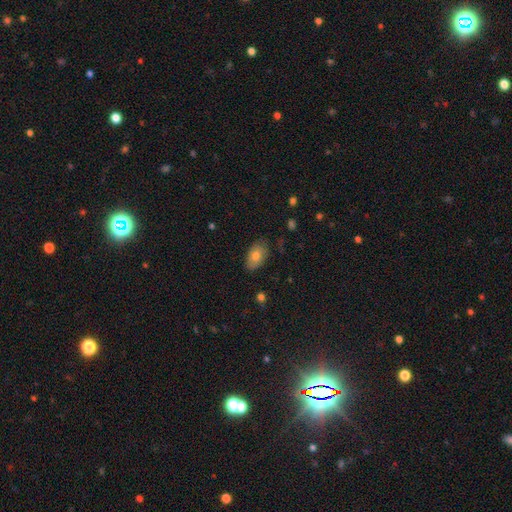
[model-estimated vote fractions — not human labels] smooth 75%, featured or disk 17%, star or artifact 8%. Down the decision tree: how rounded — in between (92%); merging — none (78%).